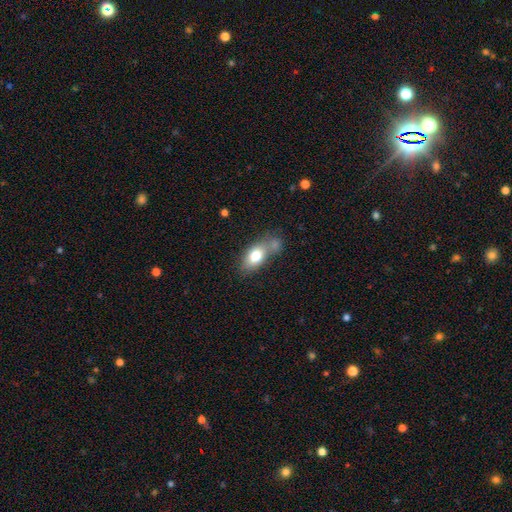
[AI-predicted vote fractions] smooth_or_featured: smooth (p=0.74) [alt: featured or disk p=0.18]
how_rounded: in between (p=0.84) [alt: round p=0.11]
merging: none (p=0.43) [alt: merger p=0.28]